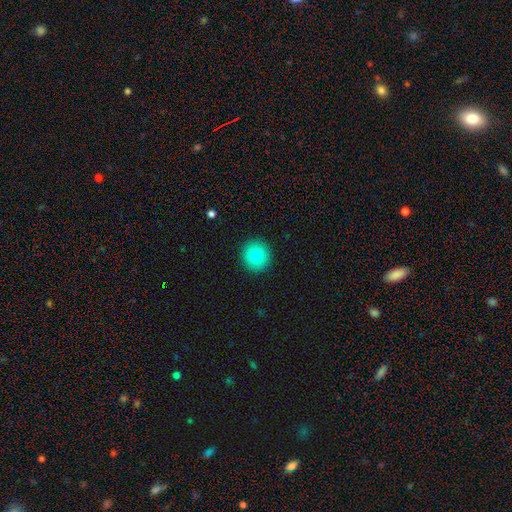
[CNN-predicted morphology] Q: Smooth or featured?
A: smooth (79%); runner-up: star or artifact (11%)
Q: How rounded?
A: round (95%); runner-up: in between (4%)
Q: Merging?
A: none (92%); runner-up: minor disturbance (5%)